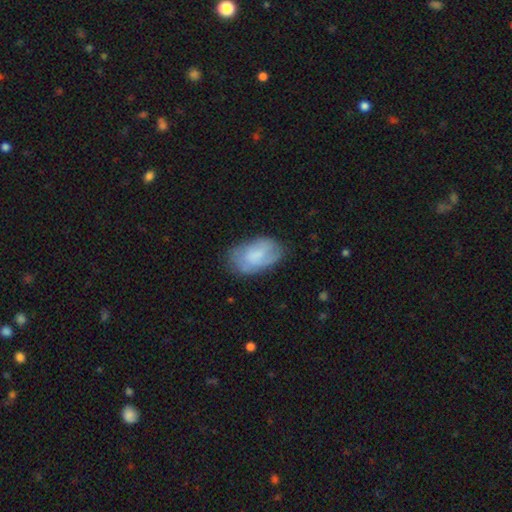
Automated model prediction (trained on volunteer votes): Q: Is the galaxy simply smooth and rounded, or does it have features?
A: smooth — 61%.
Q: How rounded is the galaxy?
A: in between — 93%.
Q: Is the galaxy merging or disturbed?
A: none — 66%.